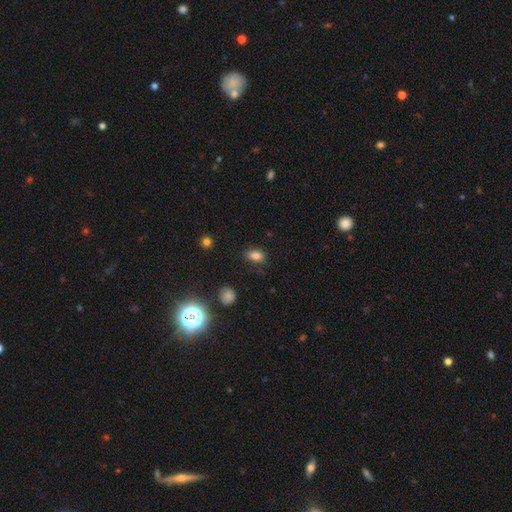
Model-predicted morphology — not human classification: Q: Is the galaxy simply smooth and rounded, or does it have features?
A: smooth — 83%.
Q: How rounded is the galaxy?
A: in between — 85%.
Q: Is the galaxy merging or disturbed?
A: none — 76%.